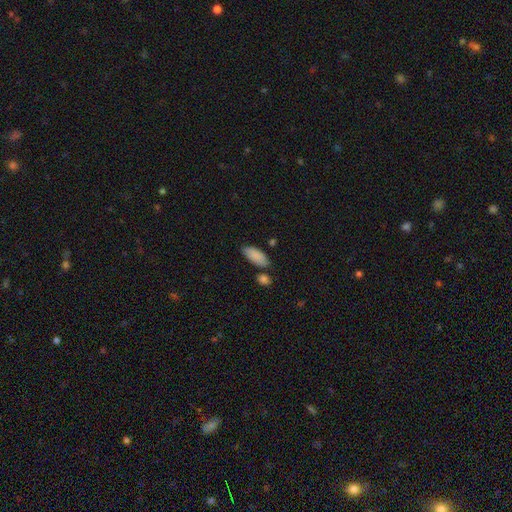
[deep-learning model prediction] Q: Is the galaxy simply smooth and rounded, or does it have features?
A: smooth — 88%.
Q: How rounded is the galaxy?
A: in between — 86%.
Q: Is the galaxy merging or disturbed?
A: none — 72%.